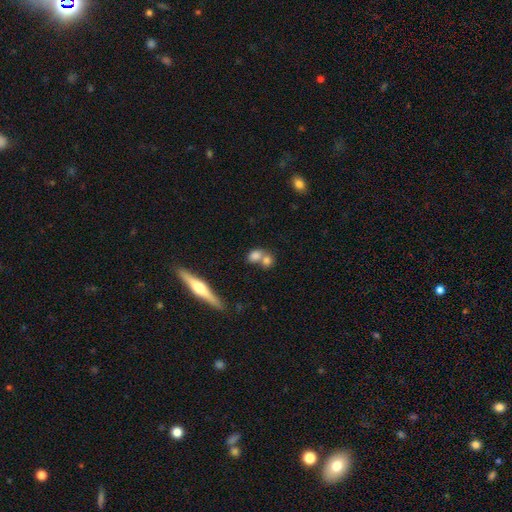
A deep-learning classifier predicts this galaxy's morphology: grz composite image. It shows a smooth galaxy with no disk features (72%) that is in between round and cigar-shaped (51%). Merging: merger (48%).